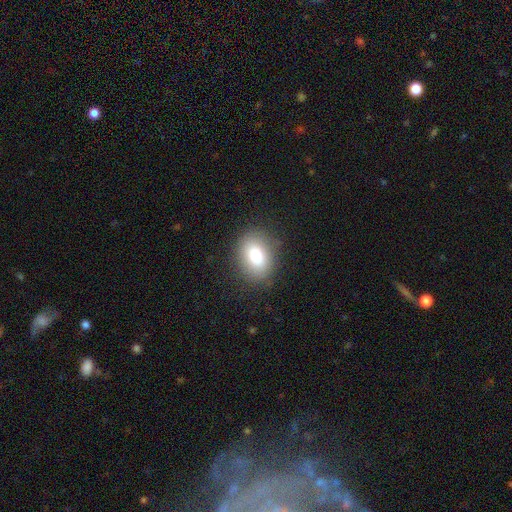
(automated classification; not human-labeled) Smooth or featured: smooth — 82% (featured or disk — 9%)
How rounded: in between — 76% (round — 22%)
Merging: none — 85% (minor disturbance — 10%)